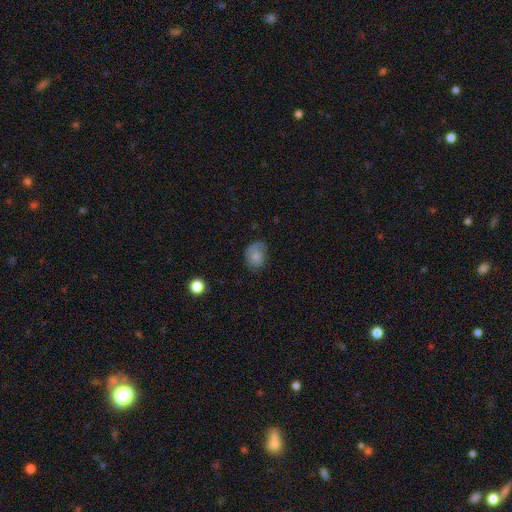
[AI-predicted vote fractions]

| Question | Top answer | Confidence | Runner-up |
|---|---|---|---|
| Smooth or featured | smooth | 68% | featured or disk (23%) |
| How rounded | in between | 52% | round (47%) |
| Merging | none | 56% | minor disturbance (30%) |